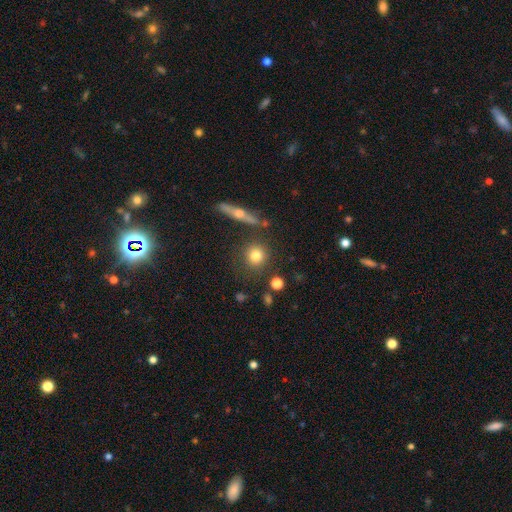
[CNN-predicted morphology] smooth-or-featured: smooth: 76% | featured or disk: 13% | star or artifact: 10%
  how-rounded: round: 90% | in between: 8% | cigar-shaped: 2%
  merging: none: 82% | minor disturbance: 9% | merger: 6% | major disturbance: 3%